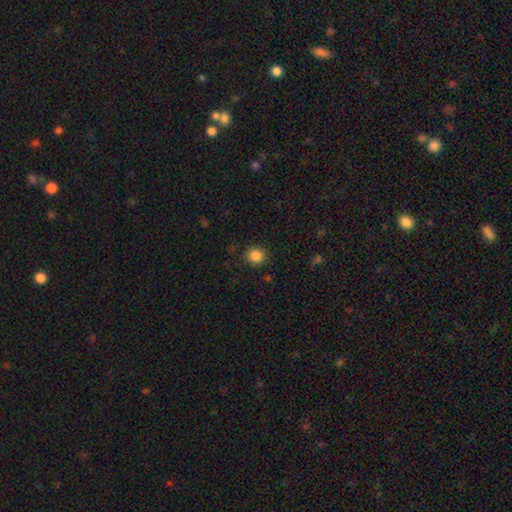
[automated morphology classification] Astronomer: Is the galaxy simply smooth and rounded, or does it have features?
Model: smooth — 86%.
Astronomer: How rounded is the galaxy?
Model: round — 87%.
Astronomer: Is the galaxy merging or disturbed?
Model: none — 88%.